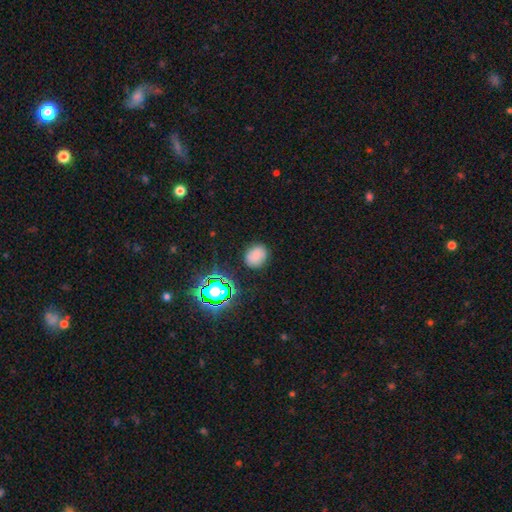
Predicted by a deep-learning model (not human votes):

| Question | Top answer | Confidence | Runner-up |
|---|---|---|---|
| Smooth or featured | smooth | 74% | star or artifact (17%) |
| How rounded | round | 60% | in between (39%) |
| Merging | none | 83% | minor disturbance (12%) |